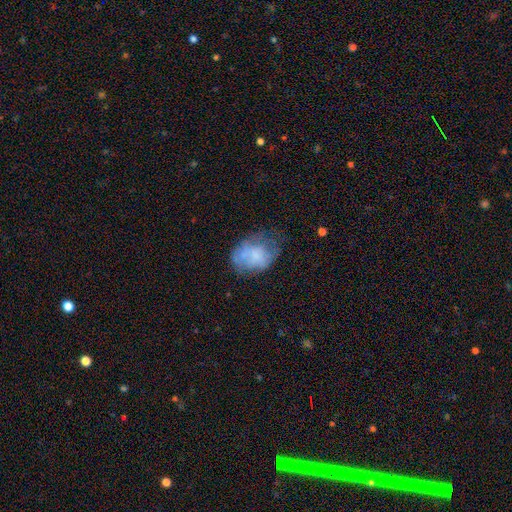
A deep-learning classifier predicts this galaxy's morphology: Overall: smooth (55%; featured or disk 36%). How rounded: in between (71%). Merging: none (42%; minor disturbance 32%).